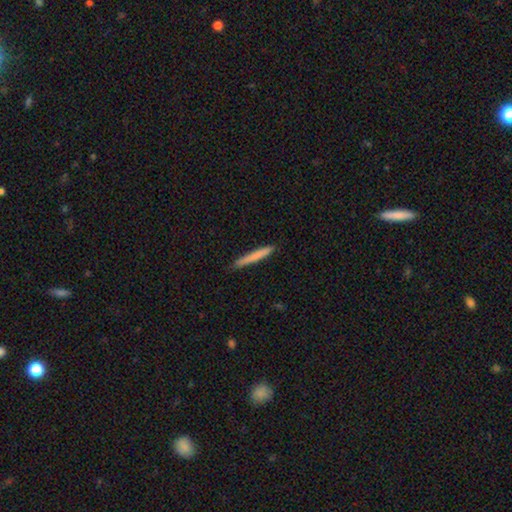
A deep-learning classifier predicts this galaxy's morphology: This appears to be a smooth galaxy with no disk features (74%) that is cigar-shaped (96%). Merging: none (88%).